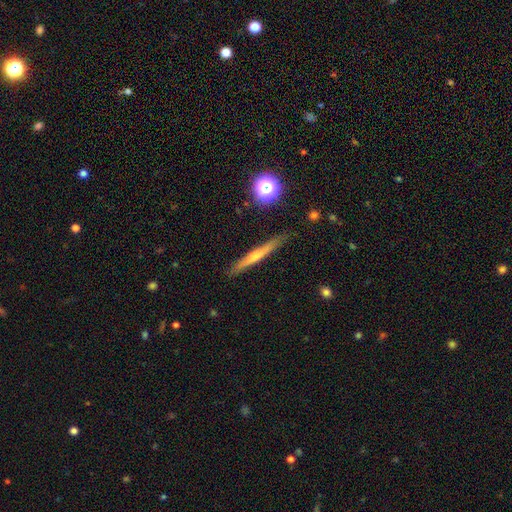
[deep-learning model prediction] The model was most divided on "smooth or featured": featured or disk: 48%, smooth: 43%, star or artifact: 8%. More confident: merging — none (87%).